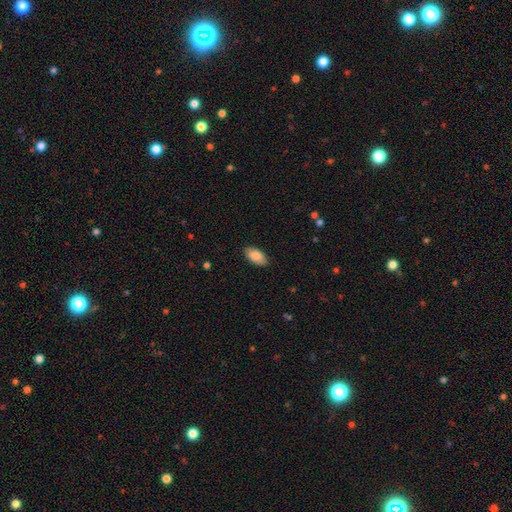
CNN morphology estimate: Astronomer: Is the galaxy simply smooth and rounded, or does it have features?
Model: smooth — 87%.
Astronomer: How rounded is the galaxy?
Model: in between — 93%.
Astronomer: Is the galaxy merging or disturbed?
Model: none — 86%.